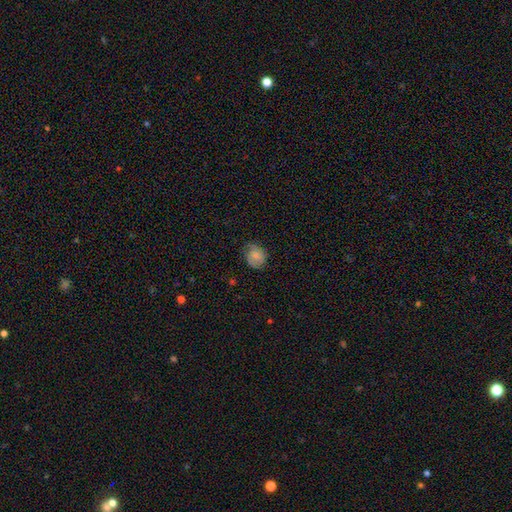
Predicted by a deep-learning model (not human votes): Q: Smooth or featured?
A: smooth (69%); runner-up: featured or disk (22%)
Q: How rounded?
A: round (58%); runner-up: in between (42%)
Q: Merging?
A: none (61%); runner-up: minor disturbance (29%)